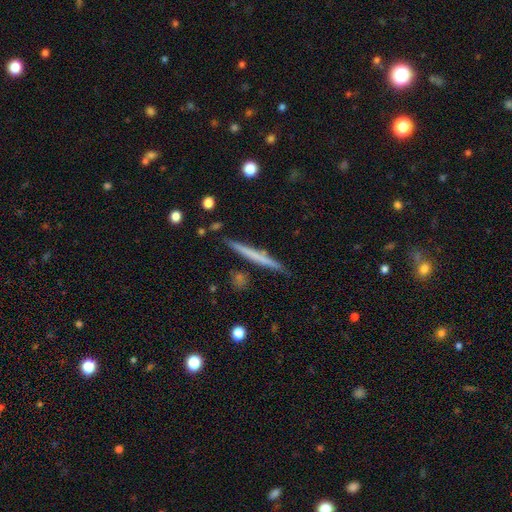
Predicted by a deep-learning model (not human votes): A smooth galaxy with no disk features (52%) that is cigar-shaped (97%).

Vote fractions:
- Smooth or featured? smooth: 52% / featured or disk: 43% / star or artifact: 6%
- How rounded? cigar-shaped: 97% / in between: 2% / round: 2%
- Merging? none: 88% / minor disturbance: 8% / merger: 2% / major disturbance: 2%